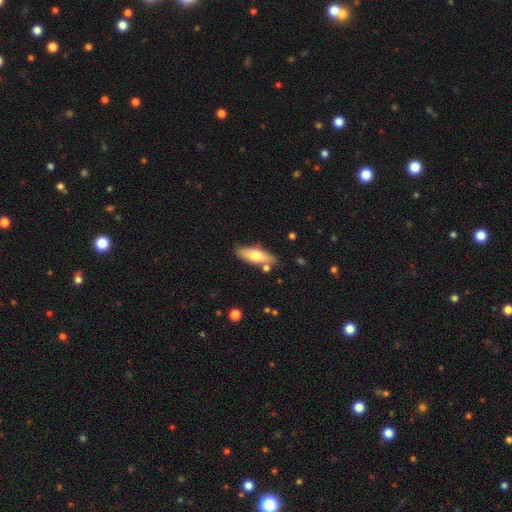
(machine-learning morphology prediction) Smooth or featured: smooth — 63% (featured or disk — 31%)
How rounded: in between — 58% (cigar-shaped — 40%)
Merging: none — 79% (minor disturbance — 12%)